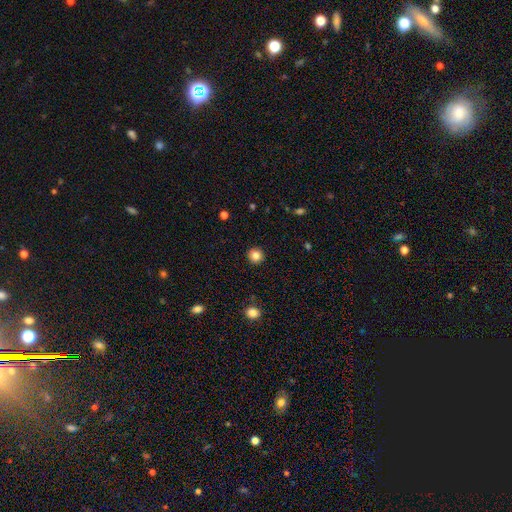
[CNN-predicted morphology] Q: Smooth or featured?
A: smooth (84%); runner-up: star or artifact (11%)
Q: How rounded?
A: round (93%); runner-up: in between (6%)
Q: Merging?
A: none (92%); runner-up: minor disturbance (5%)